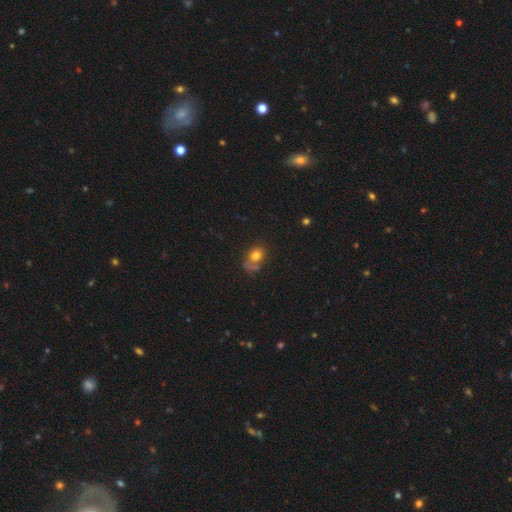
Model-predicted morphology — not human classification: smooth-or-featured: smooth: 74% | featured or disk: 14% | star or artifact: 12%
  how-rounded: round: 57% | in between: 41% | cigar-shaped: 1%
  merging: none: 45% | minor disturbance: 20% | merger: 19% | major disturbance: 17%